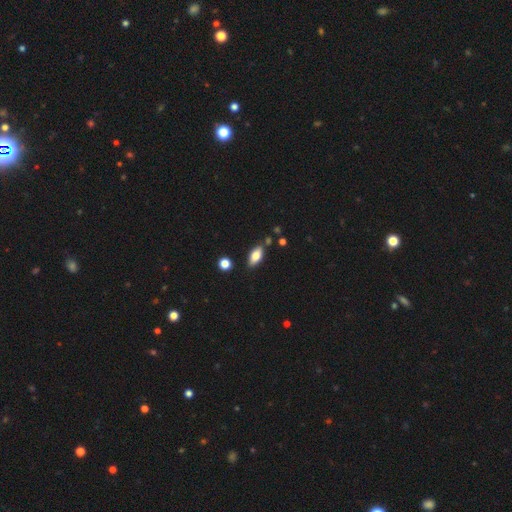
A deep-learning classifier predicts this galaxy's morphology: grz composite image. It shows a smooth galaxy with no disk features (74%) that is in between round and cigar-shaped (85%). Merging: none (81%).